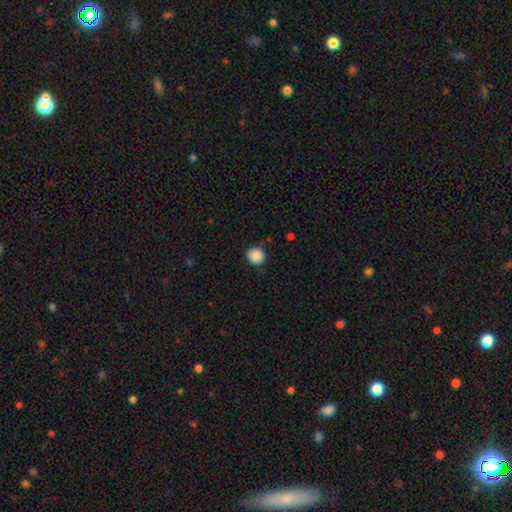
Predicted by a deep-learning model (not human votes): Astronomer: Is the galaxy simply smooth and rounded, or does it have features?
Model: smooth — 89%.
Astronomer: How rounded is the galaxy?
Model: round — 81%.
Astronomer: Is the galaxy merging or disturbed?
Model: none — 88%.